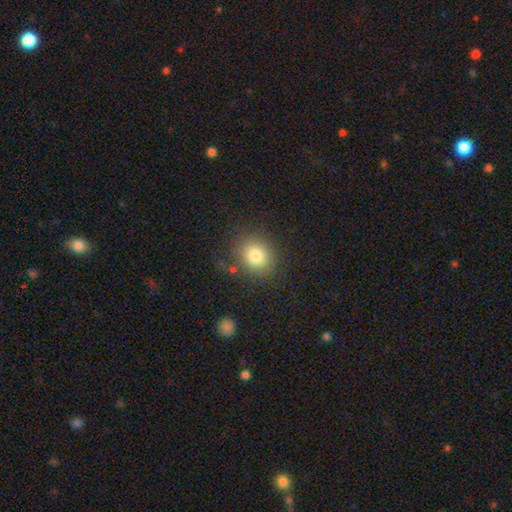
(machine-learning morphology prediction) smooth_or_featured: smooth (p=0.80) [alt: star or artifact p=0.11]
how_rounded: round (p=0.68) [alt: in between p=0.31]
merging: none (p=0.79) [alt: minor disturbance p=0.13]